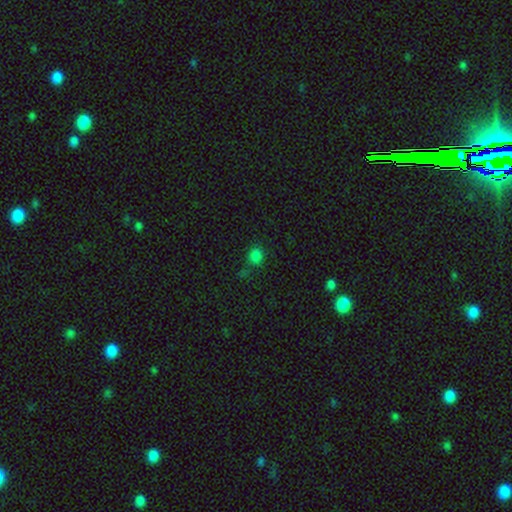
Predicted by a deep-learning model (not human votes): A smooth galaxy with no disk features (77%) that is round (74%).

Vote fractions:
- Smooth or featured? smooth: 77% / star or artifact: 19% / featured or disk: 4%
- How rounded? round: 74% / in between: 25% / cigar-shaped: 1%
- Merging? none: 73% / minor disturbance: 14% / merger: 9% / major disturbance: 5%